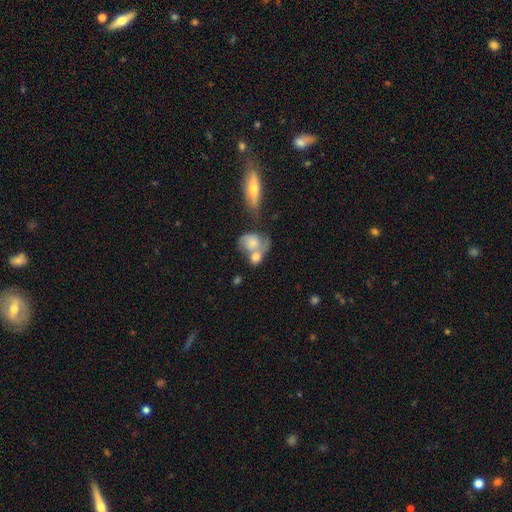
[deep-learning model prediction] smooth_or_featured: smooth (p=0.49) [alt: featured or disk p=0.42]
merging: merger (p=0.51) [alt: none p=0.28]